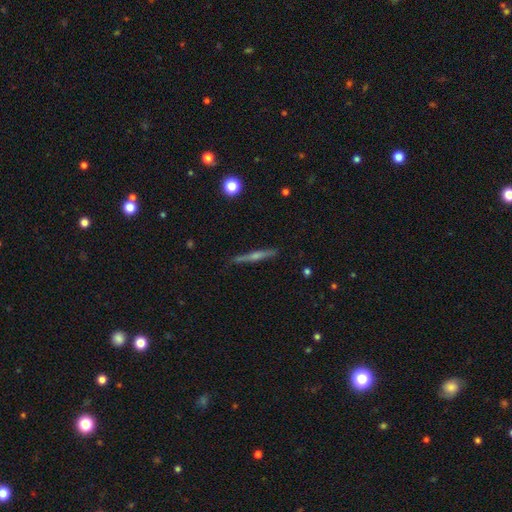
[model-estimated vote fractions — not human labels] Q: Smooth or featured?
A: featured or disk (69%); runner-up: smooth (24%)
Q: Edge-on disk?
A: yes (98%); runner-up: no (2%)
Q: Edge-on bulge?
A: rounded (75%); runner-up: none (18%)
Q: Merging?
A: none (88%); runner-up: minor disturbance (9%)